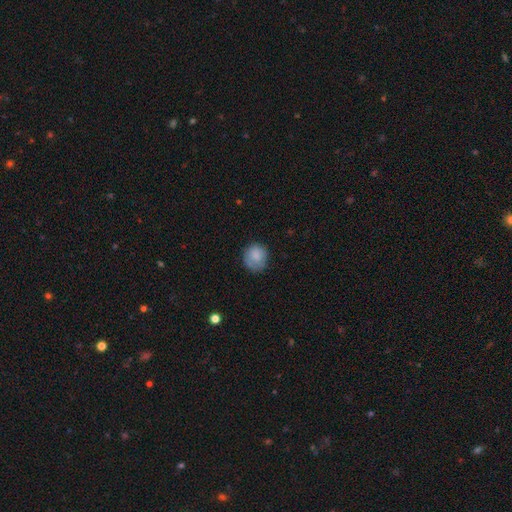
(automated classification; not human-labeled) smooth-or-featured: smooth: 83% | featured or disk: 10% | star or artifact: 8%
  how-rounded: round: 81% | in between: 18% | cigar-shaped: 1%
  merging: none: 68% | minor disturbance: 23% | major disturbance: 7% | merger: 1%